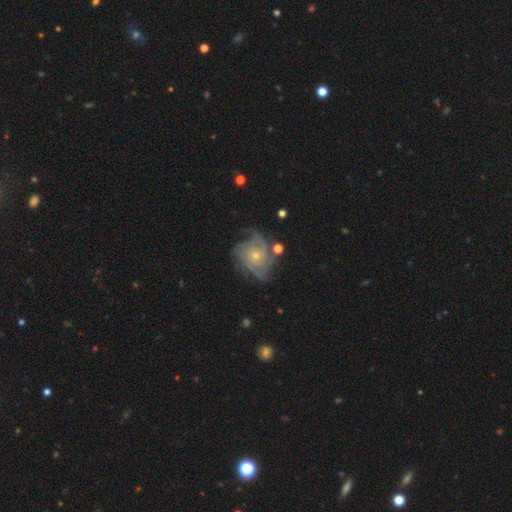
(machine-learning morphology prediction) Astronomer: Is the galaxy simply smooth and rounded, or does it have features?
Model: featured or disk — 85%.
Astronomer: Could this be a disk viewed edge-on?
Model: no — 98%.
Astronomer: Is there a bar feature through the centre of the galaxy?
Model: no — 81%.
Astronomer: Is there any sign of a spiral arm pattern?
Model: yes — 95%.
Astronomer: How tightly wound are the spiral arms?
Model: tight — 59%.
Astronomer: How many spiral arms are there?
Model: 3 — 27% (runner-up: 4, 26%).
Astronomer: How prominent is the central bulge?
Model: small — 71%.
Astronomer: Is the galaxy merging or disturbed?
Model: none — 62%.